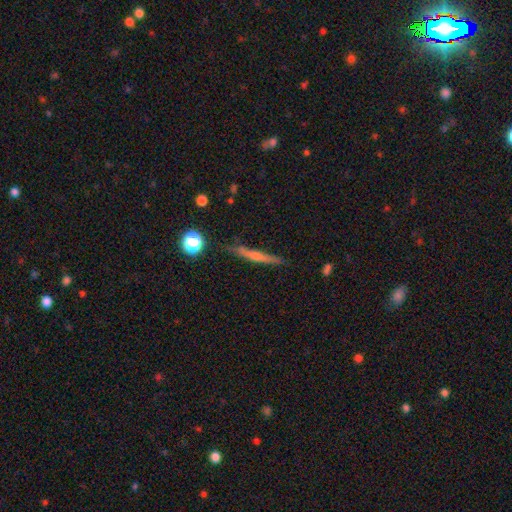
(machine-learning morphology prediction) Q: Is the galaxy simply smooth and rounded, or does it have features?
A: featured or disk — 56%.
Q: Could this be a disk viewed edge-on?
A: yes — 95%.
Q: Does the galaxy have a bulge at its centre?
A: rounded — 59%.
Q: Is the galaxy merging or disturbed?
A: none — 83%.